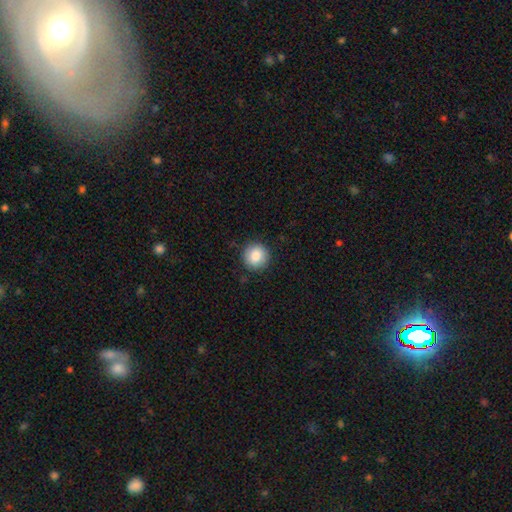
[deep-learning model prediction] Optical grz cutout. It shows a smooth galaxy with no disk features (84%) that is round (93%). Merging: none (89%).